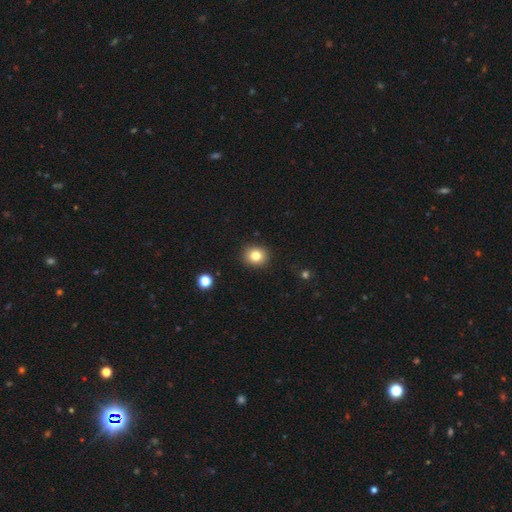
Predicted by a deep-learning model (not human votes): smooth_or_featured: smooth (p=0.81) [alt: star or artifact p=0.11]
how_rounded: round (p=0.75) [alt: in between p=0.24]
merging: none (p=0.91) [alt: minor disturbance p=0.06]